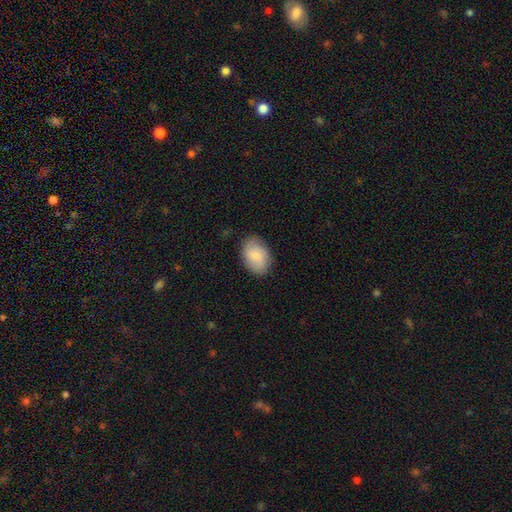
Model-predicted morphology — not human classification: smooth 79%, featured or disk 15%, star or artifact 6%. Down the decision tree: how rounded — in between (84%); merging — none (82%).